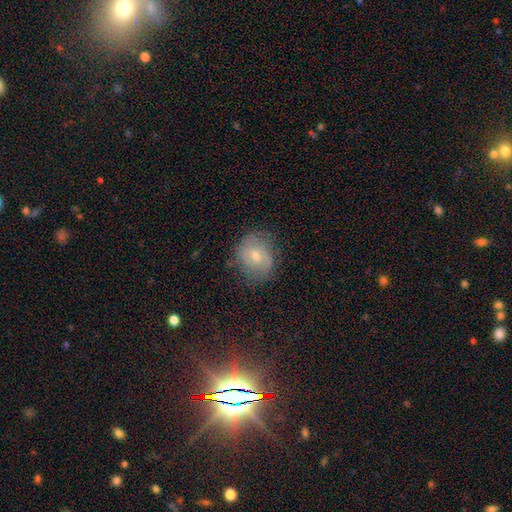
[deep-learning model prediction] Q: Smooth or featured?
A: featured or disk (48%); runner-up: smooth (44%)
Q: Merging?
A: none (69%); runner-up: minor disturbance (21%)